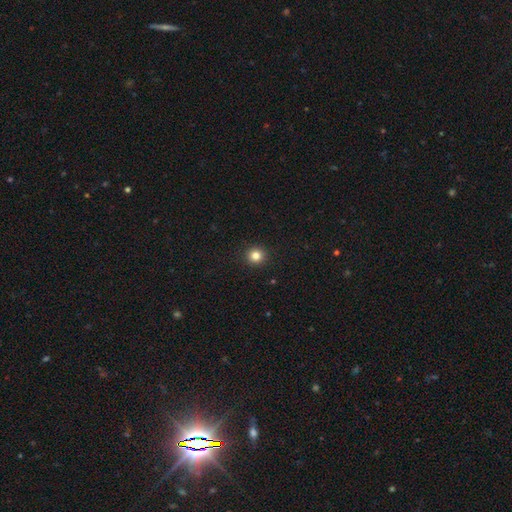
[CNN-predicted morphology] Smooth or featured?
  - smooth: 83% *
  - star or artifact: 12%
  - featured or disk: 5%
How rounded?
  - round: 94% *
  - in between: 5%
  - cigar-shaped: 1%
Merging?
  - none: 93% *
  - minor disturbance: 4%
  - major disturbance: 1%
  - merger: 1%